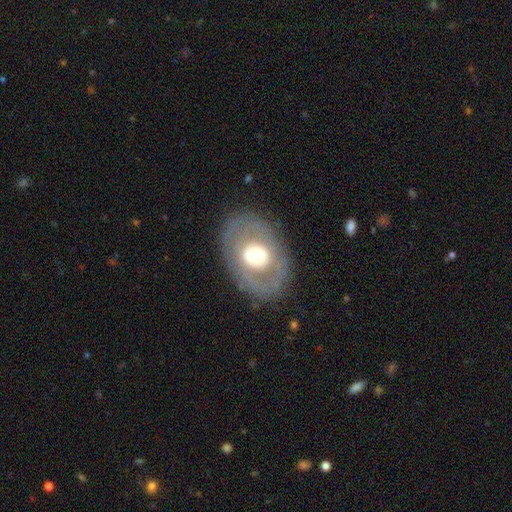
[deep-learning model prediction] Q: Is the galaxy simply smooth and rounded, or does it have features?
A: featured or disk — 55%.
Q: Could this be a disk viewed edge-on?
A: no — 92%.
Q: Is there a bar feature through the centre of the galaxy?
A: no — 77%.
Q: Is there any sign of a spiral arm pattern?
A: no — 83%.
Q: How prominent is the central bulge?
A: moderate — 53%.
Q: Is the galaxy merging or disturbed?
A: none — 79%.